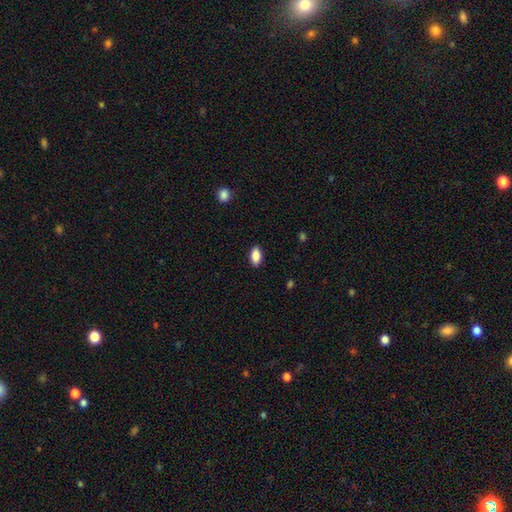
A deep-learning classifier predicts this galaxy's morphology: smooth-or-featured: smooth: 89% | star or artifact: 7% | featured or disk: 4%
  how-rounded: in between: 92% | round: 4% | cigar-shaped: 4%
  merging: none: 88% | minor disturbance: 8% | major disturbance: 2% | merger: 1%